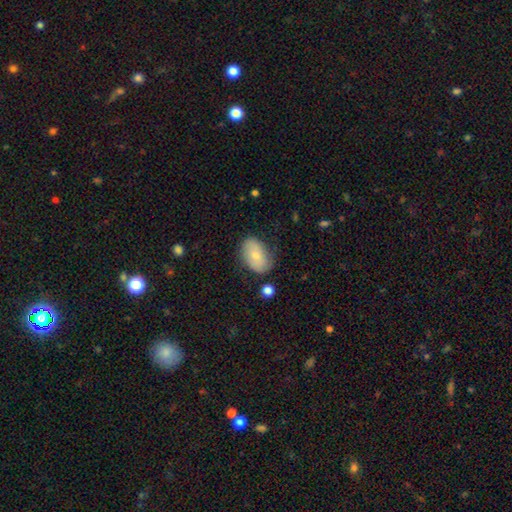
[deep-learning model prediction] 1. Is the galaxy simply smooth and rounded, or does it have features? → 71% smooth, 22% featured or disk, 7% star or artifact.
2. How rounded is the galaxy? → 89% in between, 9% round, 1% cigar-shaped.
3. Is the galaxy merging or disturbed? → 71% none, 21% minor disturbance, 5% major disturbance, 3% merger.